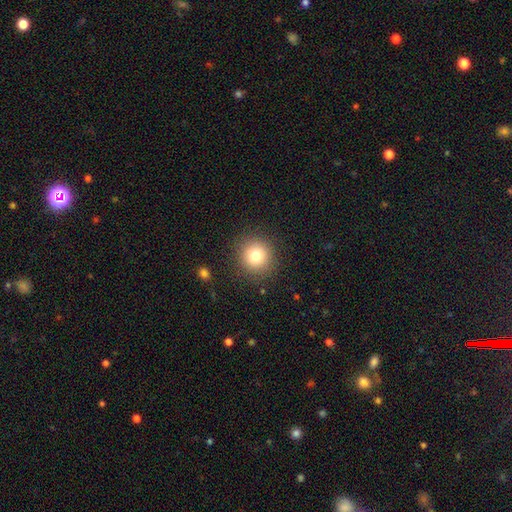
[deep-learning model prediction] Overall: smooth (79%). How rounded: round (93%). Merging: none (89%).